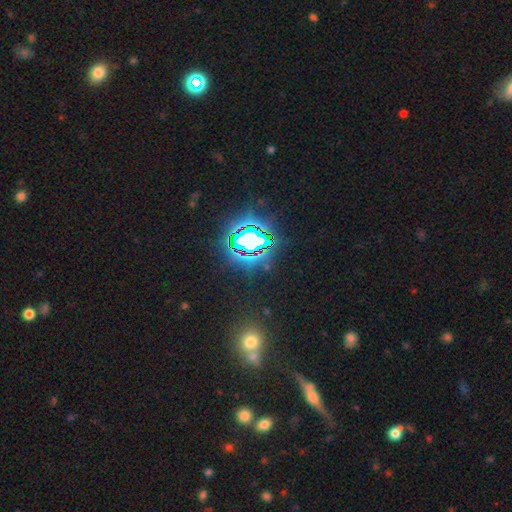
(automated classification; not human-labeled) Morphology: type=star or artifact (76%).